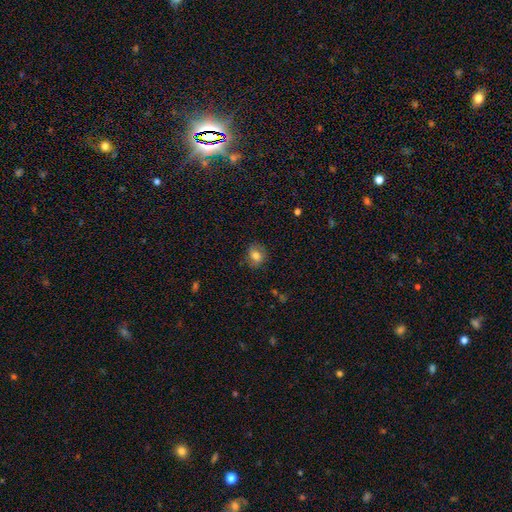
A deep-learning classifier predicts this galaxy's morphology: This is likely a smooth galaxy (75%). How rounded: likely round (63%). Merging: likely none (78%).